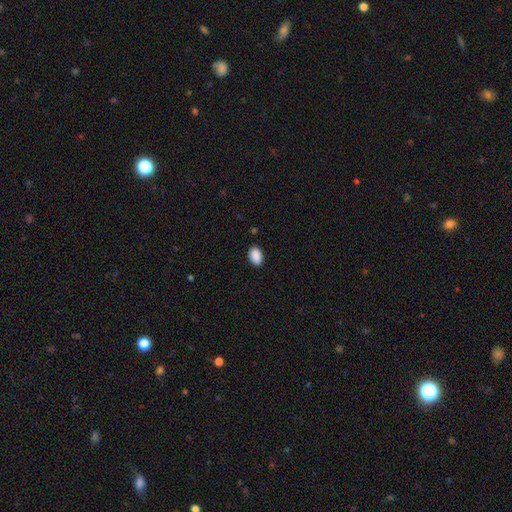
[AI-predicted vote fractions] Smooth or featured? Predicted: smooth (p=0.90). How rounded? Predicted: in between (p=0.90). Merging? Predicted: none (p=0.88).